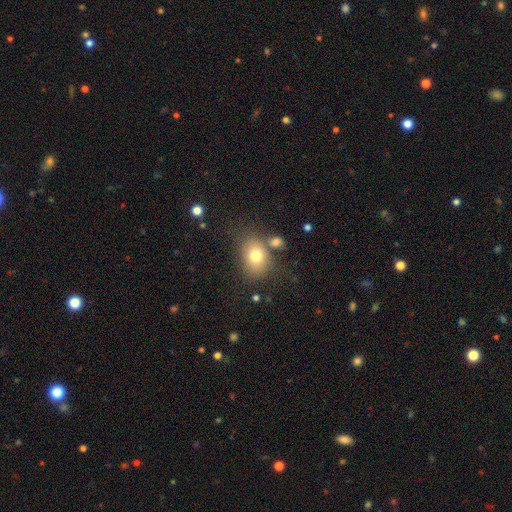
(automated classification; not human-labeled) Smooth or featured: smooth — 75% (featured or disk — 13%)
How rounded: in between — 64% (round — 35%)
Merging: none — 66% (minor disturbance — 15%)